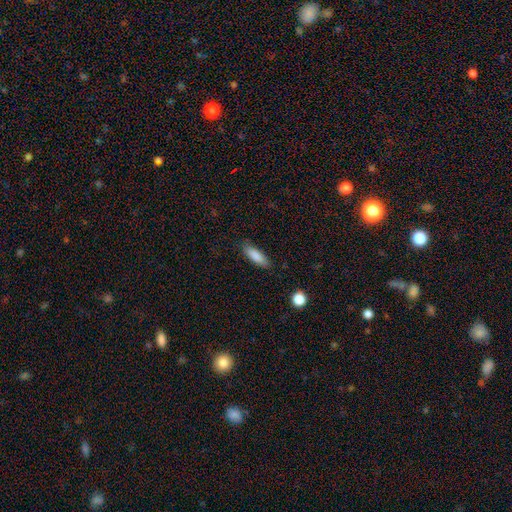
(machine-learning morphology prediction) smooth_or_featured: smooth (p=0.85) [alt: featured or disk p=0.08]
how_rounded: in between (p=0.50) [alt: cigar-shaped p=0.48]
merging: none (p=0.85) [alt: minor disturbance p=0.11]